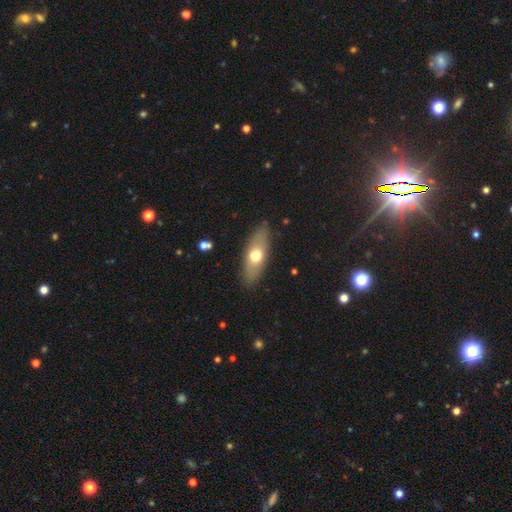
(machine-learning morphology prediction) smooth_or_featured: smooth (p=0.61) [alt: featured or disk p=0.33]
how_rounded: in between (p=0.66) [alt: cigar-shaped p=0.30]
merging: none (p=0.86) [alt: minor disturbance p=0.10]